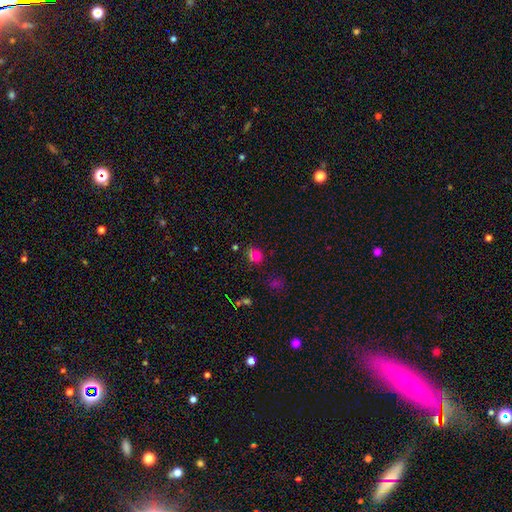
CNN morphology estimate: A smooth galaxy with no disk features (61%) that is round (77%). Merging: none (68%).